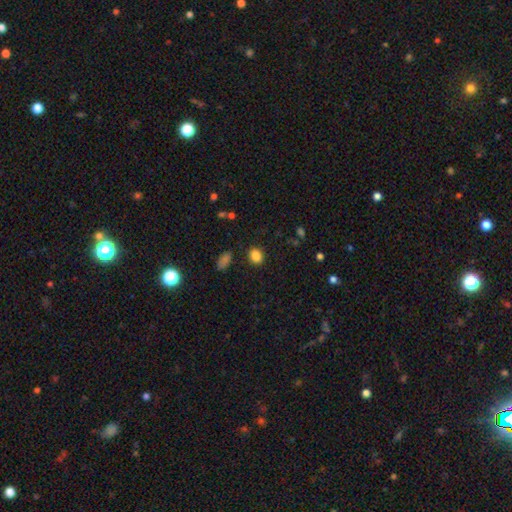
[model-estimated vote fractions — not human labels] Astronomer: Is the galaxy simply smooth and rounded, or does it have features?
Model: smooth — 85%.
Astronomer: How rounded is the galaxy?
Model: in between — 54% (runner-up: round, 44%).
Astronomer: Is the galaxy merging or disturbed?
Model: none — 86%.